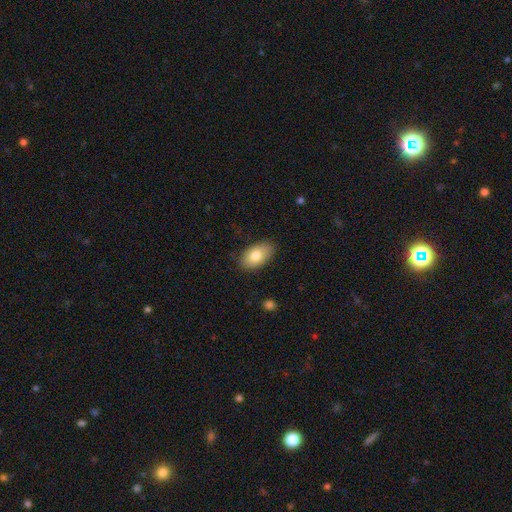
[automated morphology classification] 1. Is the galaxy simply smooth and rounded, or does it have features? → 80% smooth, 13% featured or disk, 7% star or artifact.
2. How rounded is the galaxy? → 93% in between, 5% round, 2% cigar-shaped.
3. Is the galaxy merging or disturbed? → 84% none, 13% minor disturbance, 2% major disturbance, 1% merger.